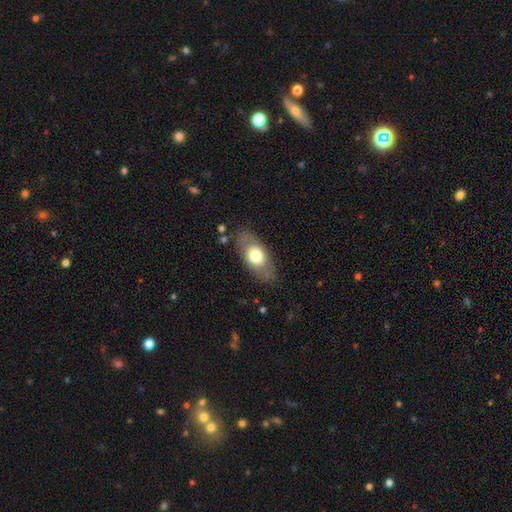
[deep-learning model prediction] smooth 62%, featured or disk 32%, star or artifact 6%. Down the decision tree: how rounded — in between (88%); merging — none (79%).